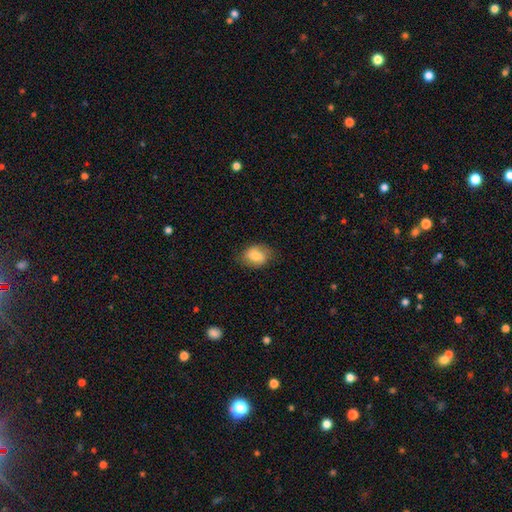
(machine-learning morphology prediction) Smooth or featured: smooth — 75% (featured or disk — 18%)
How rounded: in between — 72% (round — 27%)
Merging: none — 78% (minor disturbance — 17%)